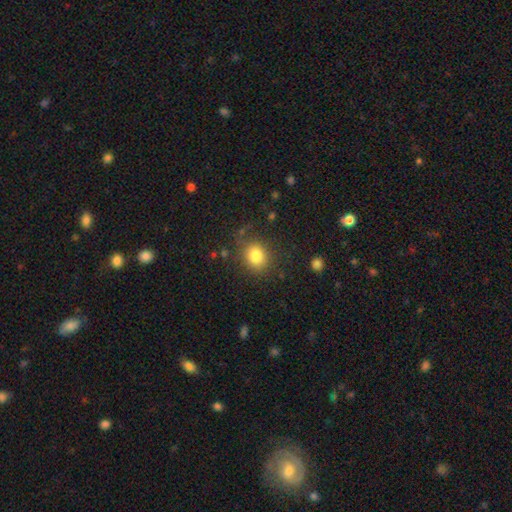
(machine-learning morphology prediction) smooth_or_featured: smooth (p=0.82) [alt: star or artifact p=0.11]
how_rounded: round (p=0.70) [alt: in between p=0.29]
merging: none (p=0.79) [alt: minor disturbance p=0.13]